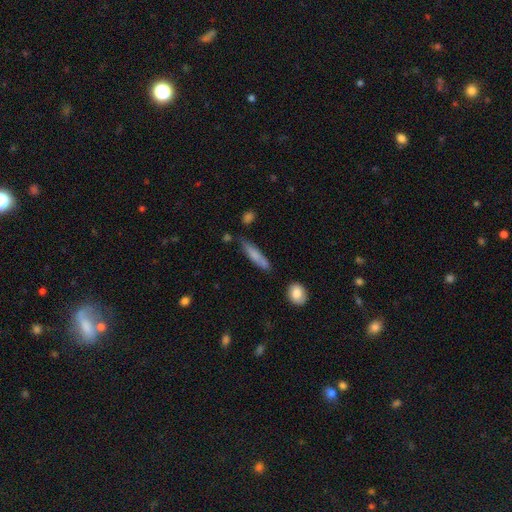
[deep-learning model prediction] The model was most divided on "merging": none: 71%, minor disturbance: 19%, merger: 6%, major disturbance: 4%. More confident: how rounded — cigar-shaped (83%); smooth or featured — smooth (74%).